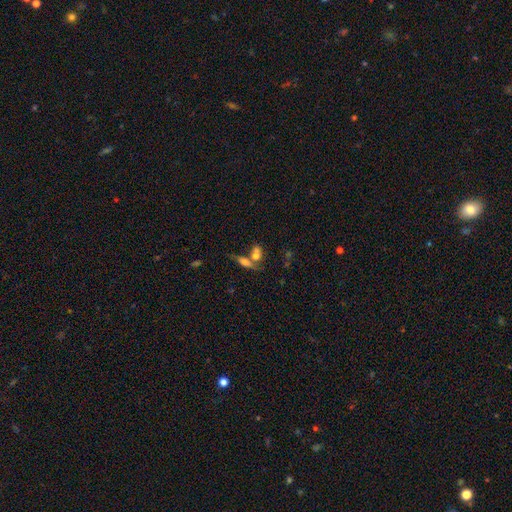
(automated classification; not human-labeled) Smooth or featured?
  - smooth: 61% *
  - featured or disk: 27%
  - star or artifact: 12%
How rounded?
  - in between: 66% *
  - cigar-shaped: 19%
  - round: 16%
Merging?
  - merger: 50% *
  - none: 34%
  - minor disturbance: 9%
  - major disturbance: 6%